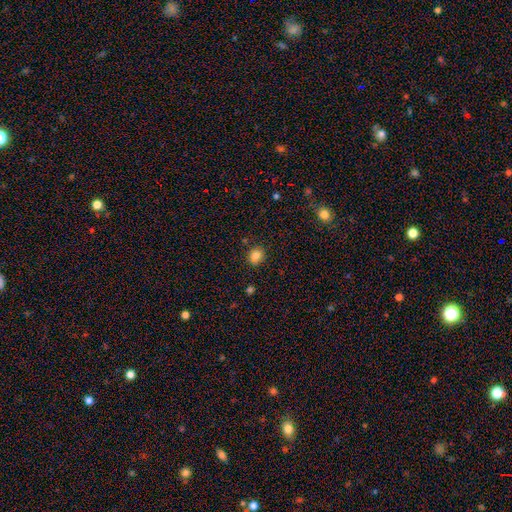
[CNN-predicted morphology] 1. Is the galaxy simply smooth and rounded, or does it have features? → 84% smooth, 11% star or artifact, 5% featured or disk.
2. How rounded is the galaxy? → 60% round, 39% in between, 1% cigar-shaped.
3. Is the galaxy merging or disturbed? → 78% none, 15% minor disturbance, 4% merger, 3% major disturbance.